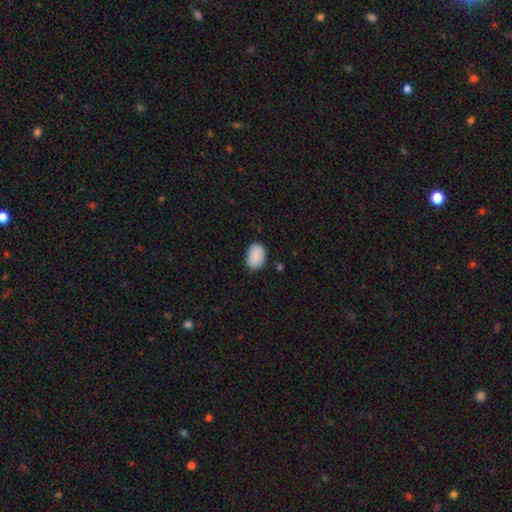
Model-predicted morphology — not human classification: type=smooth (89%); roundness=in between (86%); merging=none (75%).